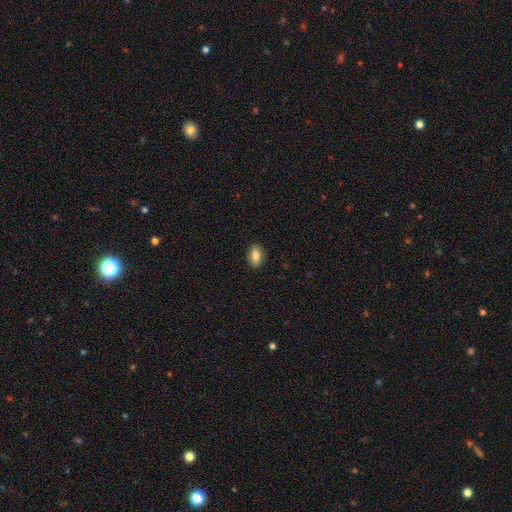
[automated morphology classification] smooth_or_featured: smooth (p=0.80) [alt: featured or disk p=0.13]
how_rounded: in between (p=0.86) [alt: round p=0.08]
merging: none (p=0.89) [alt: minor disturbance p=0.08]